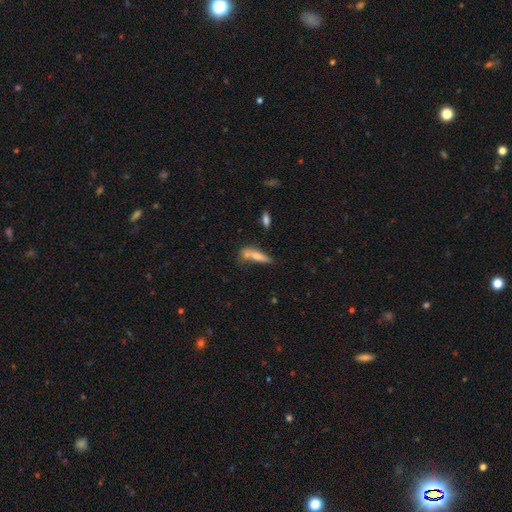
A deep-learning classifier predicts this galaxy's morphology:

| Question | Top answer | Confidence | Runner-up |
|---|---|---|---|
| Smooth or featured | smooth | 68% | featured or disk (24%) |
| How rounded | cigar-shaped | 68% | in between (30%) |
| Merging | none | 45% | merger (26%) |